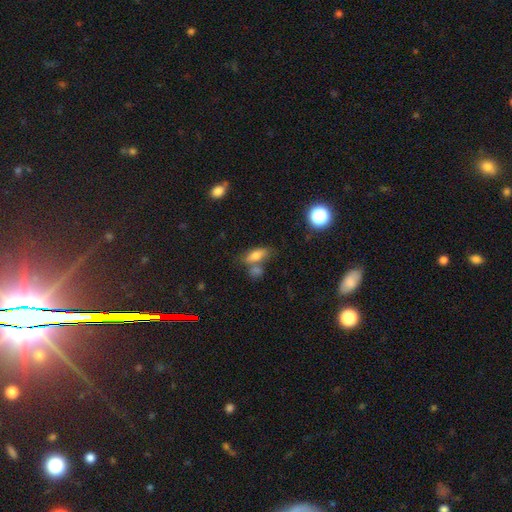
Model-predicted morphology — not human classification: Smooth or featured? Predicted: smooth (p=0.73). How rounded? Predicted: in between (p=0.75). Merging? Predicted: none (p=0.50).